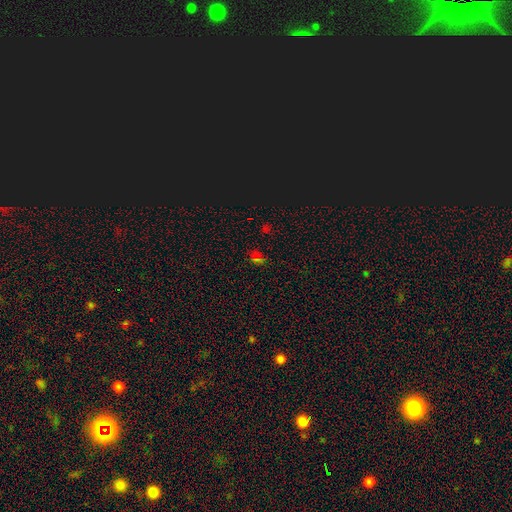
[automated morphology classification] Smooth or featured? star or artifact (55%)